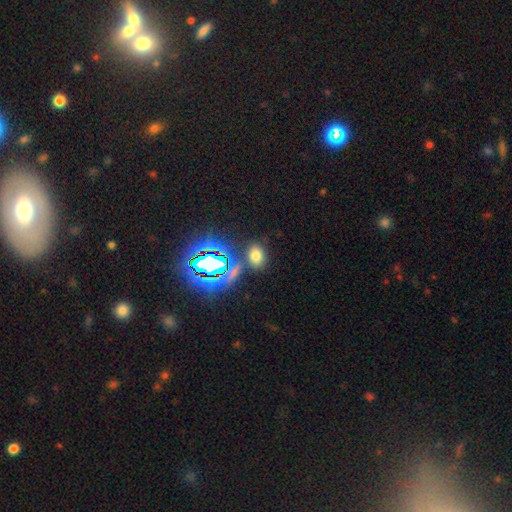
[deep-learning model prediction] smooth-or-featured: smooth: 63% | star or artifact: 29% | featured or disk: 8%
  how-rounded: in between: 70% | round: 29% | cigar-shaped: 2%
  merging: none: 79% | minor disturbance: 10% | merger: 7% | major disturbance: 4%